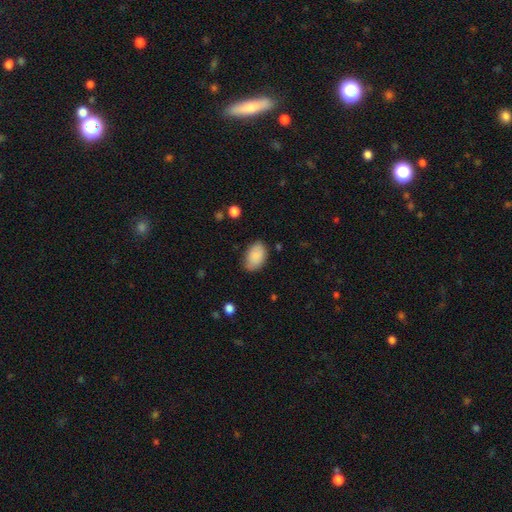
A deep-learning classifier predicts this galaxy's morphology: smooth-or-featured: smooth: 88% | star or artifact: 6% | featured or disk: 5%
  how-rounded: in between: 90% | round: 8% | cigar-shaped: 1%
  merging: none: 79% | minor disturbance: 16% | major disturbance: 4% | merger: 1%